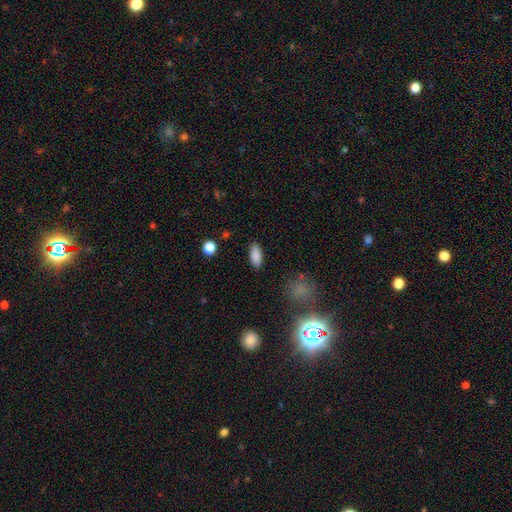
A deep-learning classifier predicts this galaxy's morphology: A smooth galaxy with no disk features (88%) that is in between round and cigar-shaped (88%). Merging: none (88%).